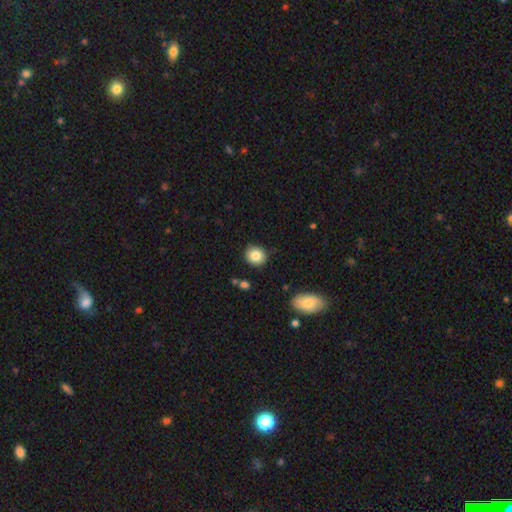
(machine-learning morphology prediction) smooth_or_featured: smooth (p=0.84) [alt: star or artifact p=0.09]
how_rounded: round (p=0.82) [alt: in between p=0.17]
merging: none (p=0.88) [alt: minor disturbance p=0.08]